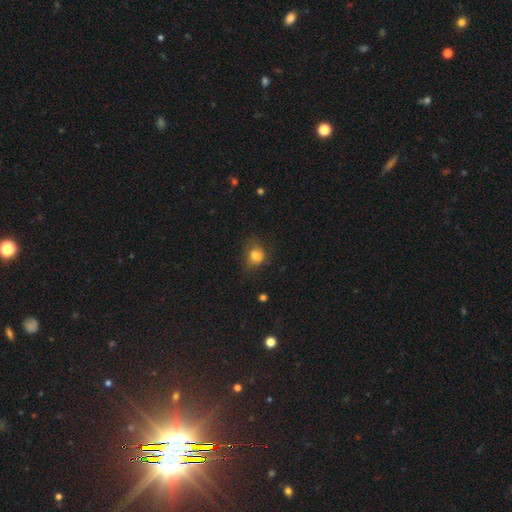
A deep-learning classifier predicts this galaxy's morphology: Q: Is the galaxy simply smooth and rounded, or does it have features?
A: smooth — 79%.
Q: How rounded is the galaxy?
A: round — 54%.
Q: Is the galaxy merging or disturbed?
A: none — 58%.